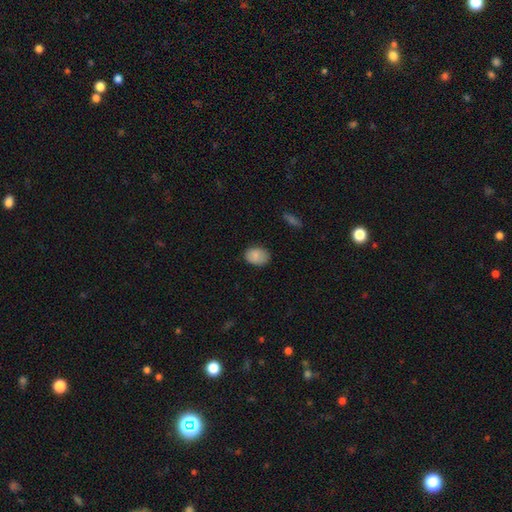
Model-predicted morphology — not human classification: Smooth or featured?
  - smooth: 86% *
  - star or artifact: 8%
  - featured or disk: 6%
How rounded?
  - in between: 70% *
  - round: 29%
  - cigar-shaped: 1%
Merging?
  - none: 79% *
  - minor disturbance: 17%
  - major disturbance: 3%
  - merger: 1%